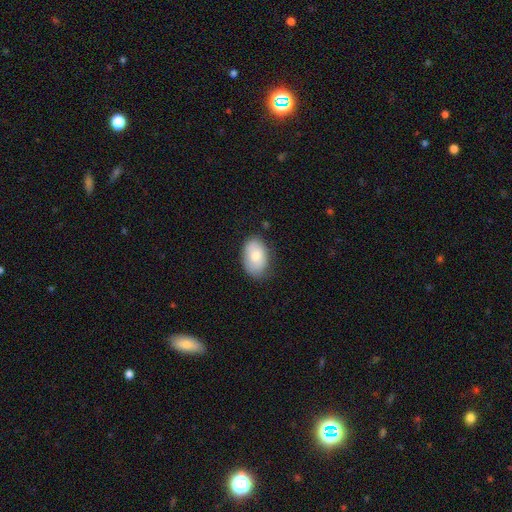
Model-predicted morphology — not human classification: smooth-or-featured: smooth: 79% | featured or disk: 15% | star or artifact: 6%
  how-rounded: in between: 89% | round: 10% | cigar-shaped: 1%
  merging: none: 76% | minor disturbance: 19% | major disturbance: 4% | merger: 1%